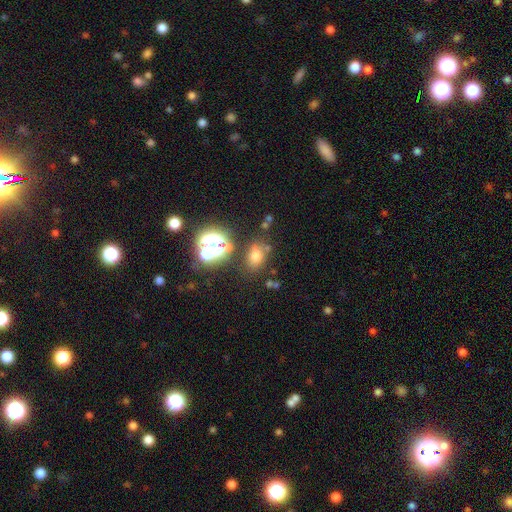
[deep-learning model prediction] A smooth galaxy with no disk features (64%) that is in between round and cigar-shaped (64%). Merging: none (69%).